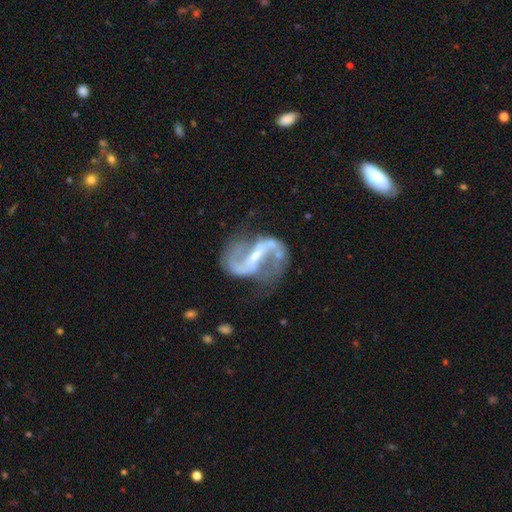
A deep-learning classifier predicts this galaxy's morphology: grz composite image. It shows a featured or disk galaxy (91%) with a strong bar (65%), 2 (93%) medium (45%) spiral arms (96%) and a small central bulge (68%). Merging: none (67%).